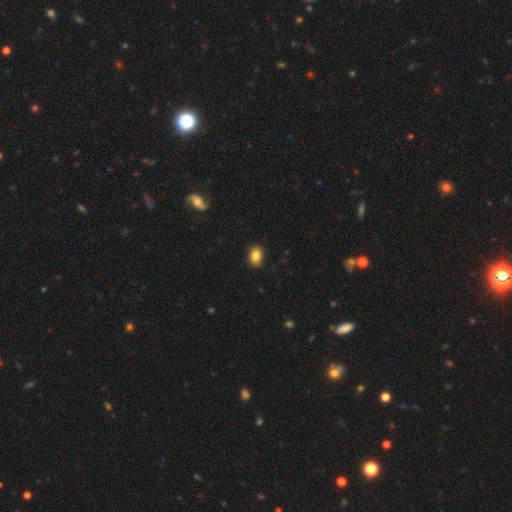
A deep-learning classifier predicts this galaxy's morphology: smooth_or_featured: smooth (p=0.86) [alt: star or artifact p=0.08]
how_rounded: in between (p=0.81) [alt: round p=0.18]
merging: none (p=0.87) [alt: minor disturbance p=0.10]